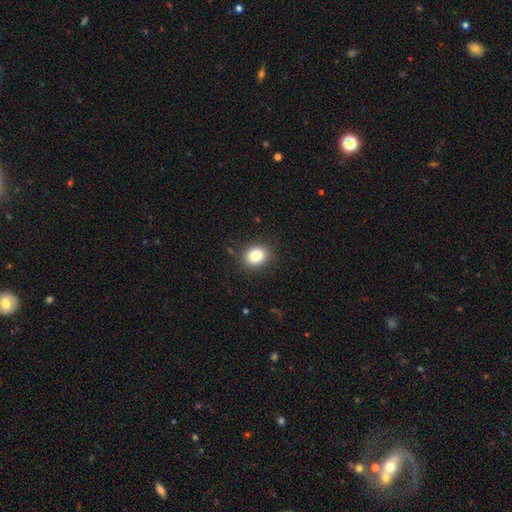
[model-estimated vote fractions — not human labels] Smooth or featured? smooth (82%)
How rounded? round (67%)
Merging? none (88%)